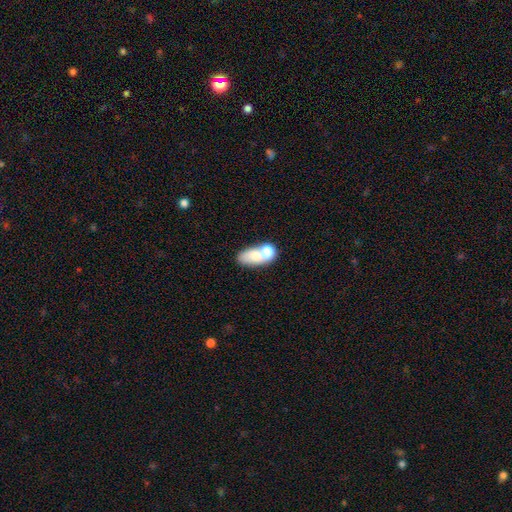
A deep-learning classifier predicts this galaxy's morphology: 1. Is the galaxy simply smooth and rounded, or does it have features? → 69% smooth, 22% featured or disk, 8% star or artifact.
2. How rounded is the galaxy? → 82% in between, 11% round, 6% cigar-shaped.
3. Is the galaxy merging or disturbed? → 55% merger, 26% none, 11% minor disturbance, 8% major disturbance.